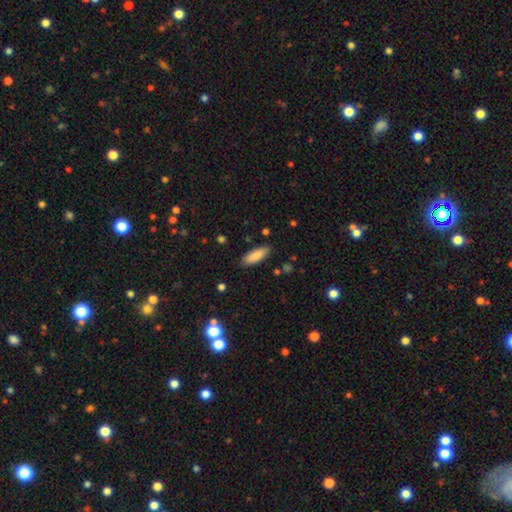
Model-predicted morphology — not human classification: type=smooth (85%); roundness=in between (63%); merging=none (86%).